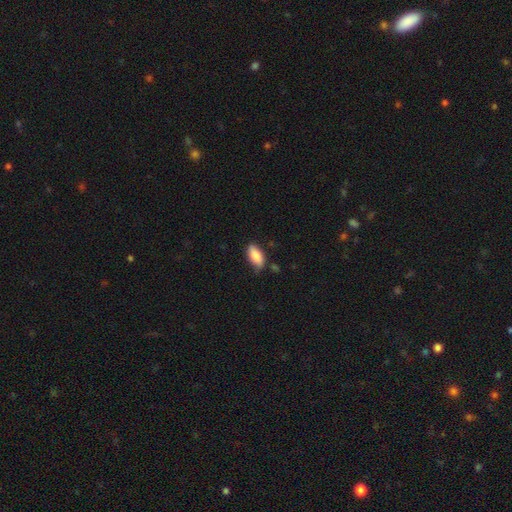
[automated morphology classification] A smooth galaxy with no disk features (79%) that is in between round and cigar-shaped (86%). Merging: none (68%).